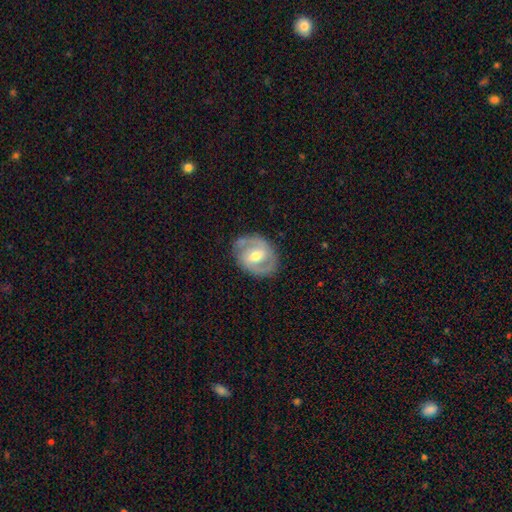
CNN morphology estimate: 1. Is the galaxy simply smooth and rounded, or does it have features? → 78% featured or disk, 17% smooth, 5% star or artifact.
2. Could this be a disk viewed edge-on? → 97% no, 3% yes.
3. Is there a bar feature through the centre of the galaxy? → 49% weak, 27% strong, 23% no.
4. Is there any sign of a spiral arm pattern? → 86% yes, 14% no.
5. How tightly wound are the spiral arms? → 50% medium, 36% tight, 14% loose.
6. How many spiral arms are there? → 88% 2, 6% can't tell, 2% 1, 1% 3, 1% 4, 1% more than 4.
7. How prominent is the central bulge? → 69% moderate, 22% small, 7% large, 1% none, 1% dominant.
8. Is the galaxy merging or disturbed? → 81% none, 13% minor disturbance, 4% major disturbance, 1% merger.